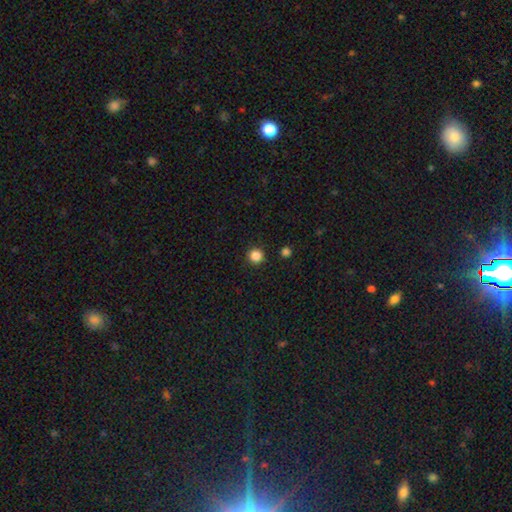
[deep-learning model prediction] The model was most divided on "smooth or featured": smooth: 86%, star or artifact: 11%, featured or disk: 3%. More confident: how rounded — round (96%); merging — none (92%).